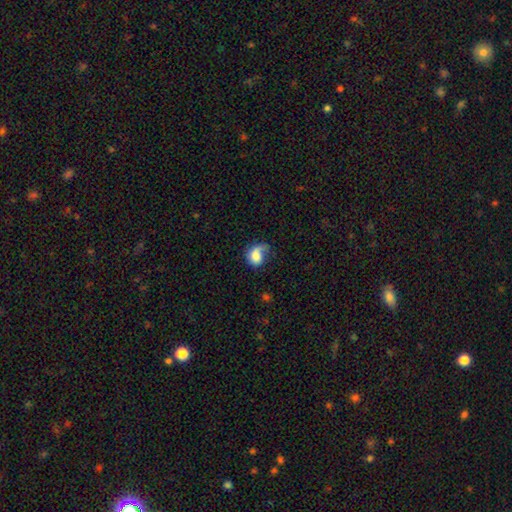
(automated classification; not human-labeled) This is likely a smooth galaxy (60%). How rounded: possibly in between (56%). Merging: marginally major disturbance (38%).